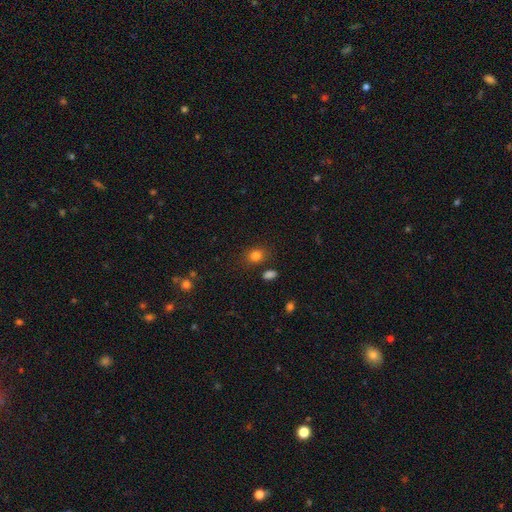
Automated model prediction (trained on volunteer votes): smooth_or_featured: smooth (p=0.82) [alt: star or artifact p=0.12]
how_rounded: round (p=0.56) [alt: in between p=0.43]
merging: none (p=0.79) [alt: minor disturbance p=0.13]